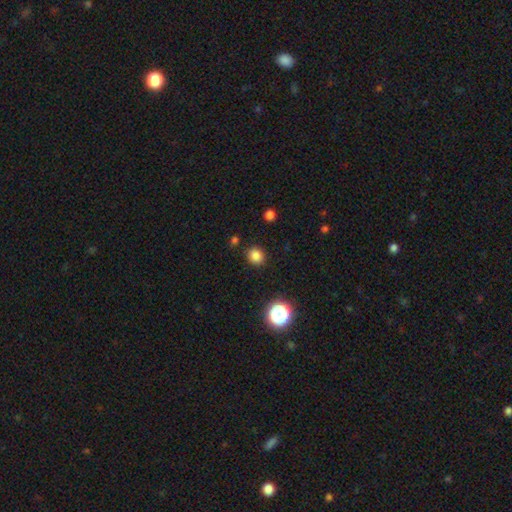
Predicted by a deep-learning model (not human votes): This appears to be a smooth galaxy with no disk features (82%) that is round (81%). Merging: none (88%).